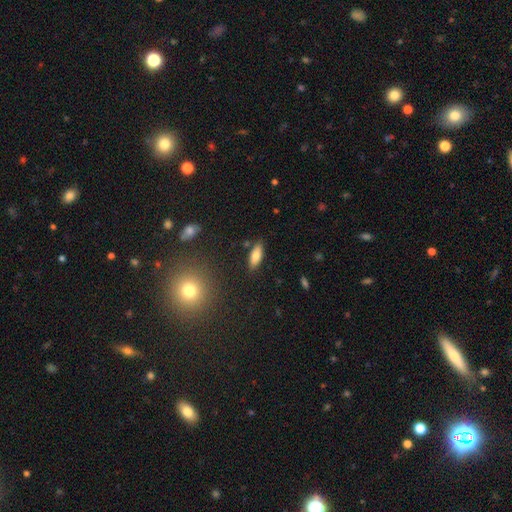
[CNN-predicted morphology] A smooth galaxy with no disk features (78%) that is in between round and cigar-shaped (73%).

Vote fractions:
- Smooth or featured? smooth: 78% / featured or disk: 14% / star or artifact: 8%
- How rounded? in between: 73% / cigar-shaped: 24% / round: 2%
- Merging? none: 83% / minor disturbance: 11% / merger: 3% / major disturbance: 3%